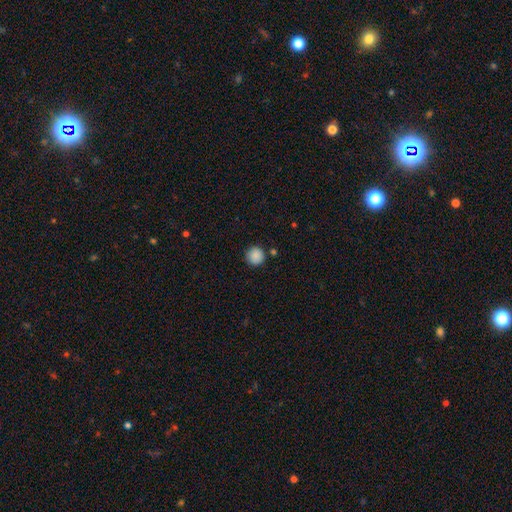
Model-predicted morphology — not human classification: Smooth or featured: smooth — 88% (star or artifact — 9%)
How rounded: round — 94% (in between — 5%)
Merging: none — 85% (minor disturbance — 9%)